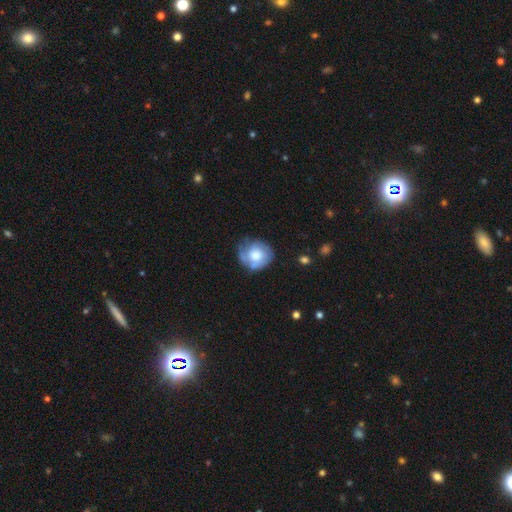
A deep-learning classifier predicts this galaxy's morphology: smooth_or_featured: smooth (p=0.53) [alt: featured or disk p=0.40]
how_rounded: round (p=0.81) [alt: in between p=0.18]
merging: none (p=0.58) [alt: minor disturbance p=0.27]